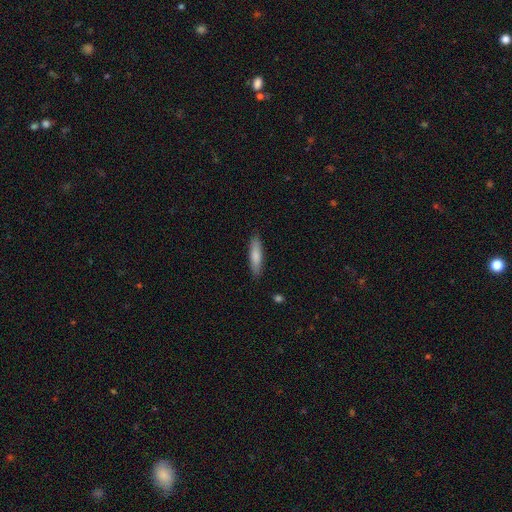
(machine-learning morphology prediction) Smooth or featured?
  - smooth: 79% *
  - featured or disk: 16%
  - star or artifact: 6%
How rounded?
  - cigar-shaped: 75% *
  - in between: 24%
  - round: 1%
Merging?
  - none: 87% *
  - minor disturbance: 10%
  - major disturbance: 2%
  - merger: 1%